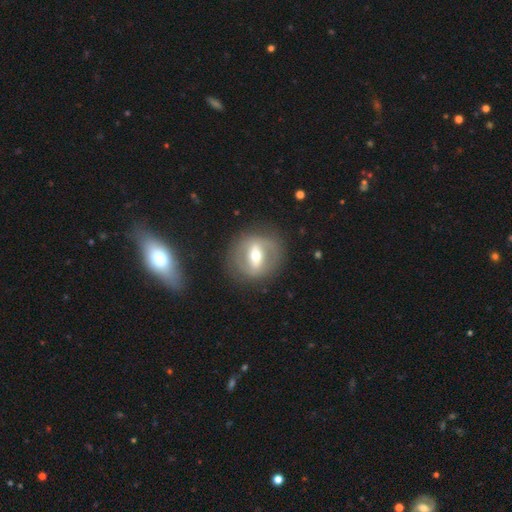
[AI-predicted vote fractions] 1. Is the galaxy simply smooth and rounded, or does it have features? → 68% featured or disk, 25% smooth, 7% star or artifact.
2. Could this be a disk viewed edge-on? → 91% no, 9% yes.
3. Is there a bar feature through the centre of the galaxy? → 54% strong, 31% weak, 15% no.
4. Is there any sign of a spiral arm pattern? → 52% no, 48% yes.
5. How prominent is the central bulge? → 68% moderate, 24% small, 6% large, 1% dominant, 1% none.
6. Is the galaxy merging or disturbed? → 81% none, 12% minor disturbance, 5% major disturbance, 3% merger.